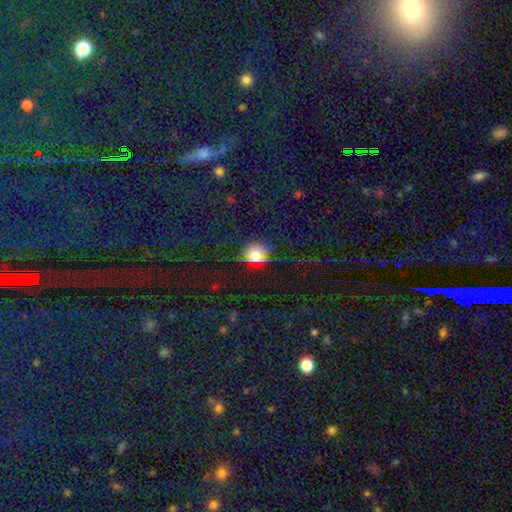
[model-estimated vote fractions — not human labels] smooth 51%, star or artifact 36%, featured or disk 14%. Down the decision tree: how rounded — round (74%); merging — none (77%).